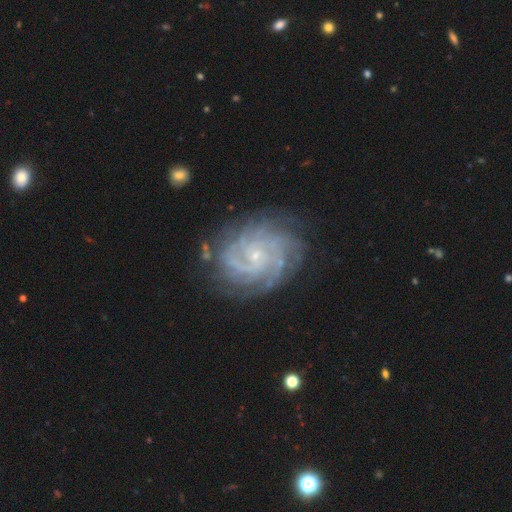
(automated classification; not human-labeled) smooth_or_featured: featured or disk (p=0.89) [alt: star or artifact p=0.06]
disk_edge_on: no (p=0.98) [alt: yes p=0.02]
bar: no (p=0.71) [alt: weak p=0.23]
has_spiral_arms: yes (p=0.98) [alt: no p=0.02]
spiral_winding: tight (p=0.73) [alt: medium p=0.23]
spiral_arm_count: 4 (p=0.26) [alt: can't tell p=0.22]
bulge_size: small (p=0.85) [alt: moderate p=0.10]
merging: none (p=0.76) [alt: minor disturbance p=0.16]